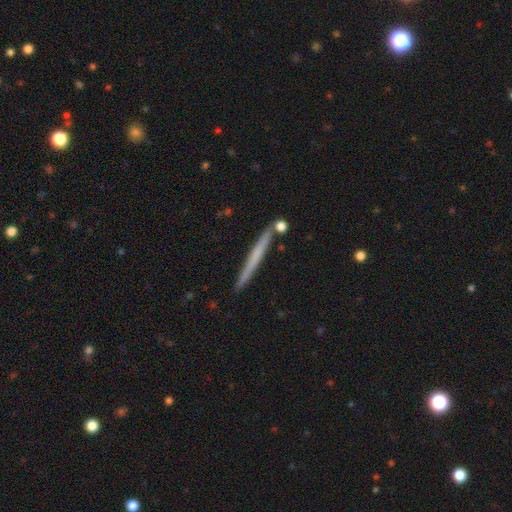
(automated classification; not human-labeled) Smooth or featured? Predicted: featured or disk (p=0.48). Merging? Predicted: none (p=0.87).